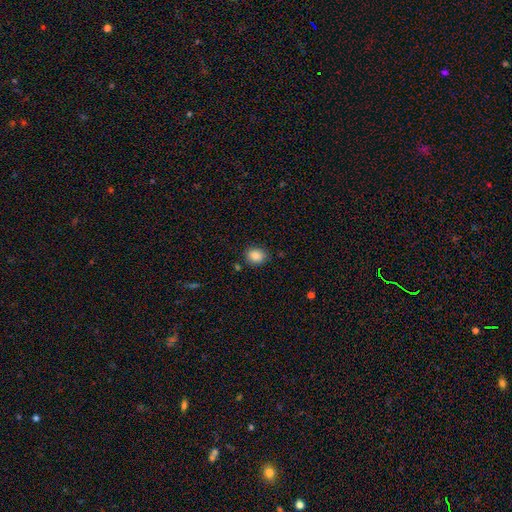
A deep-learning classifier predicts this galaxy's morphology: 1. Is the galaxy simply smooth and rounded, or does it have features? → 86% smooth, 9% star or artifact, 5% featured or disk.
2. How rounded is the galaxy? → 56% round, 43% in between, 1% cigar-shaped.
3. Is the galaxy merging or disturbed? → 84% none, 11% minor disturbance, 3% major disturbance, 2% merger.